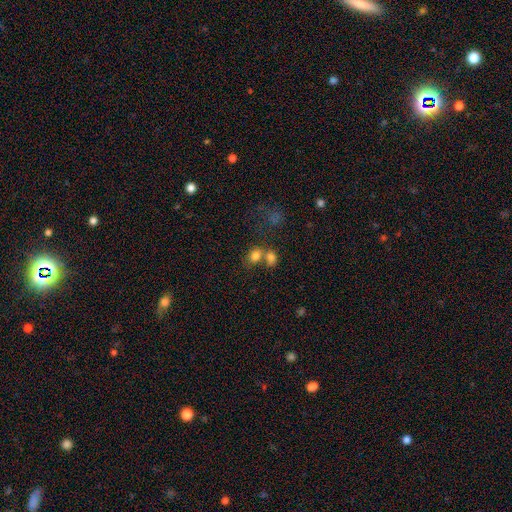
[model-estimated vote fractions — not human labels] Smooth or featured? smooth (78%)
How rounded? in between (62%)
Merging? merger (52%)